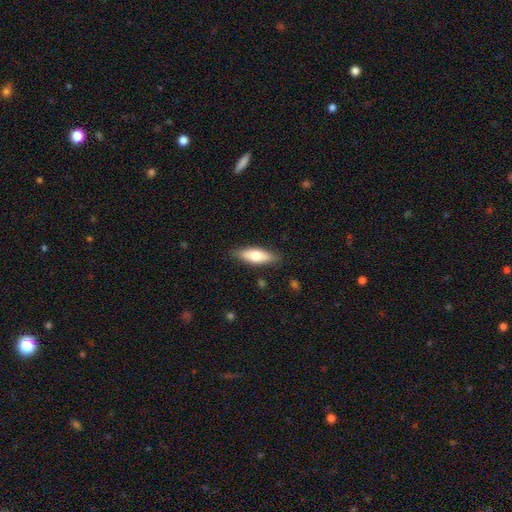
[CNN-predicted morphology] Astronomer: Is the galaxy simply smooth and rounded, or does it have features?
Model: smooth — 69%.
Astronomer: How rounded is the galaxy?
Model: in between — 64%.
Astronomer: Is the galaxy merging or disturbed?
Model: none — 84%.